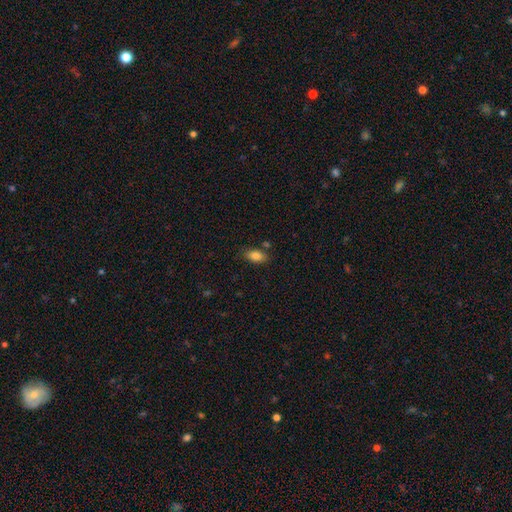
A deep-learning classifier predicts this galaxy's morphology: type=smooth (84%); roundness=in between (90%); merging=none (77%).